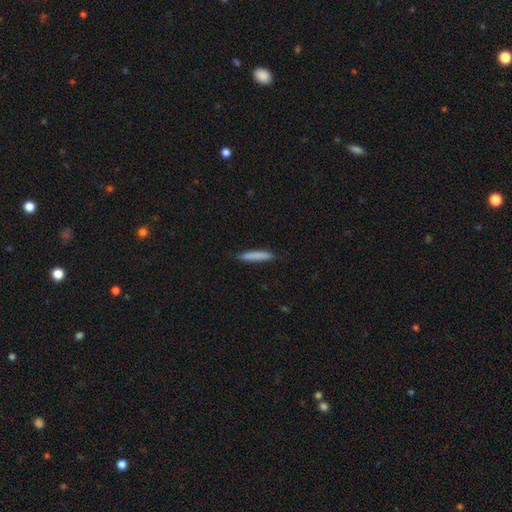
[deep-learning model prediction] The model was most divided on "smooth or featured": smooth: 83%, featured or disk: 11%, star or artifact: 6%. More confident: how rounded — cigar-shaped (91%); merging — none (87%).